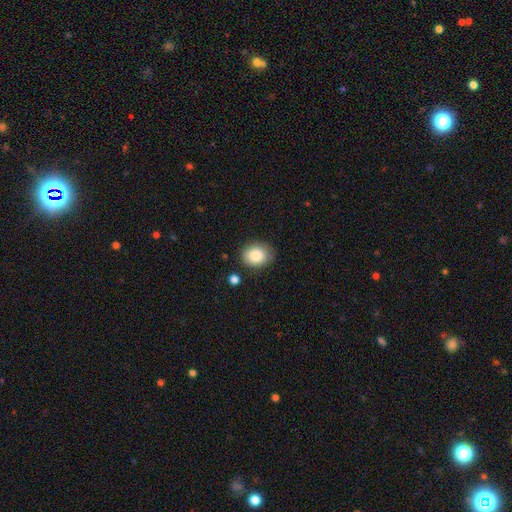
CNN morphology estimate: This is clearly a smooth galaxy (86%). How rounded: possibly round (52%). Merging: clearly none (81%).